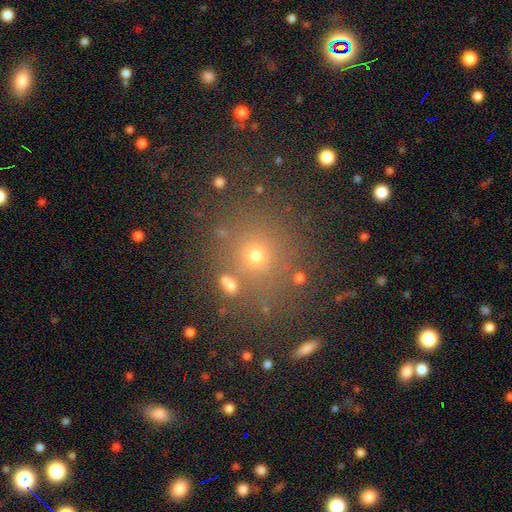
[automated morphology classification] Q: Smooth or featured?
A: smooth (65%); runner-up: star or artifact (25%)
Q: How rounded?
A: round (83%); runner-up: in between (15%)
Q: Merging?
A: none (78%); runner-up: minor disturbance (10%)